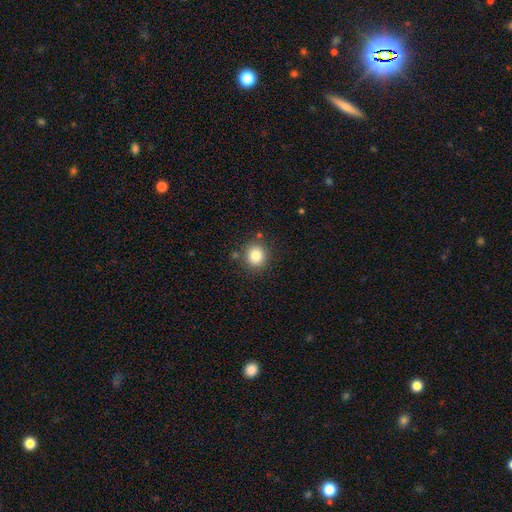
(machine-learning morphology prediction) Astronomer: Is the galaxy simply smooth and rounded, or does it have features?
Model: smooth — 83%.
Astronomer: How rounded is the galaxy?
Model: round — 88%.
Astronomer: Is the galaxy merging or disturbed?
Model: none — 85%.